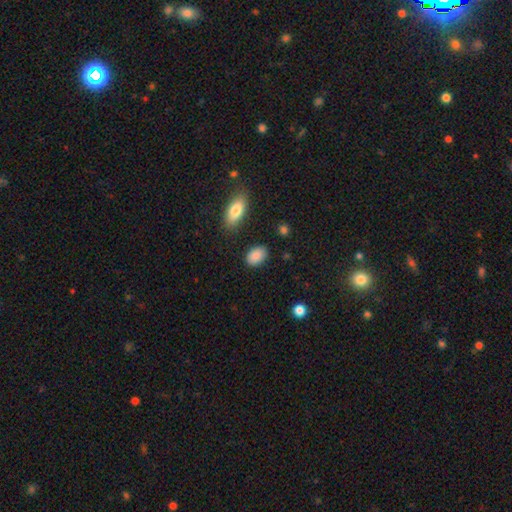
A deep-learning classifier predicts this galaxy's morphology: smooth 89%, star or artifact 7%, featured or disk 4%. Down the decision tree: how rounded — in between (87%); merging — none (83%).